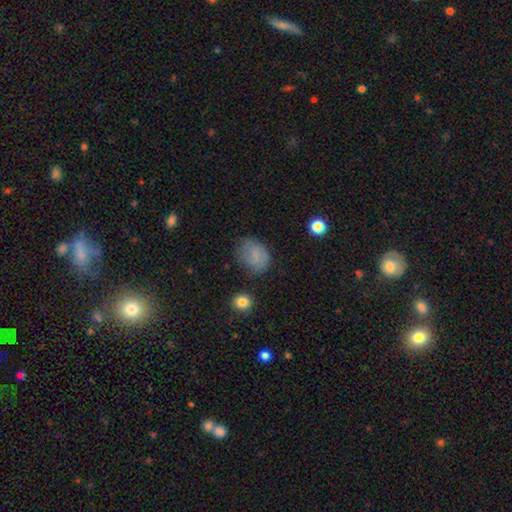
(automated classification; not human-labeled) Smooth or featured? smooth (72%)
How rounded? in between (60%)
Merging? none (64%)